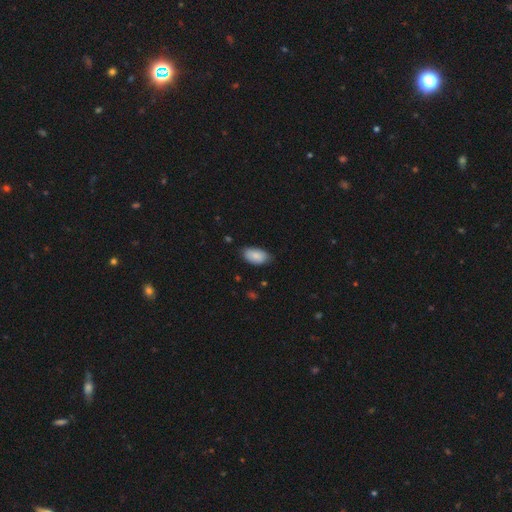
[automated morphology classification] smooth 85%, featured or disk 8%, star or artifact 7%. Down the decision tree: how rounded — in between (94%); merging — none (76%).